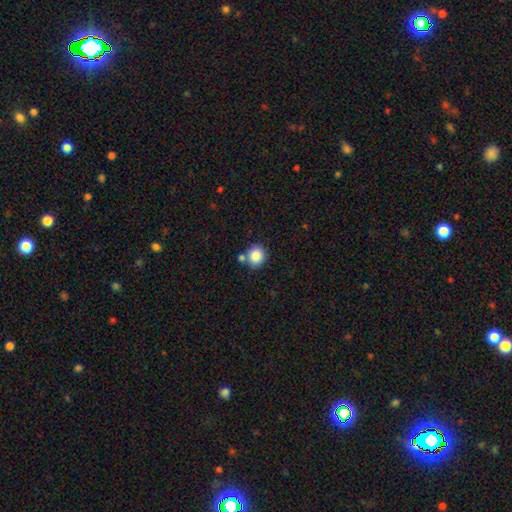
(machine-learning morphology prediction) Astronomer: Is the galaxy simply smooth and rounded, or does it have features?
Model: smooth — 86%.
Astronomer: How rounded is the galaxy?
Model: round — 77%.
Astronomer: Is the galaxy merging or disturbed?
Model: none — 71%.